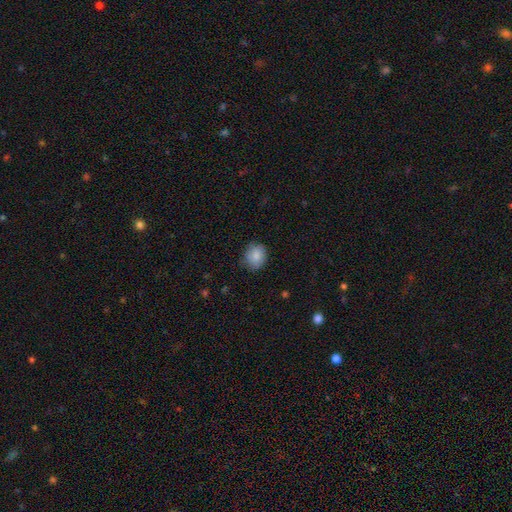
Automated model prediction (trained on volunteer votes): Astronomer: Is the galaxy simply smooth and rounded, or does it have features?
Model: smooth — 85%.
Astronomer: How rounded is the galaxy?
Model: round — 61% (runner-up: in between, 39%).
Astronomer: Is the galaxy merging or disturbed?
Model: none — 75%.